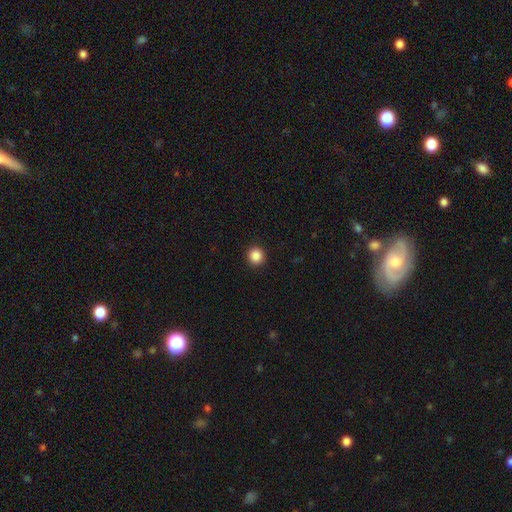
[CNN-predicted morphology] smooth 87%, star or artifact 10%, featured or disk 3%. Down the decision tree: how rounded — round (93%); merging — none (93%).